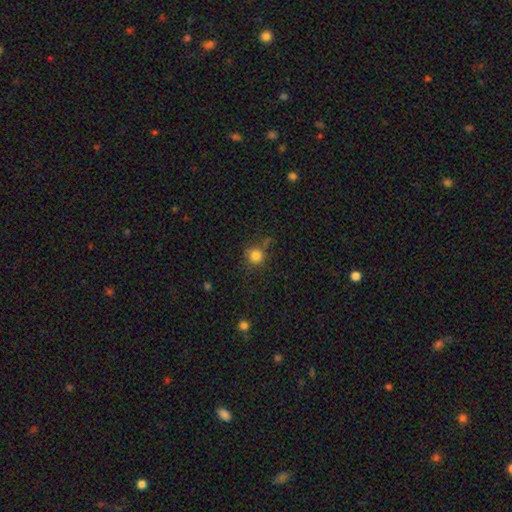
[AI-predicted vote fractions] Smooth or featured? Predicted: smooth (p=0.81). How rounded? Predicted: round (p=0.91). Merging? Predicted: none (p=0.69).